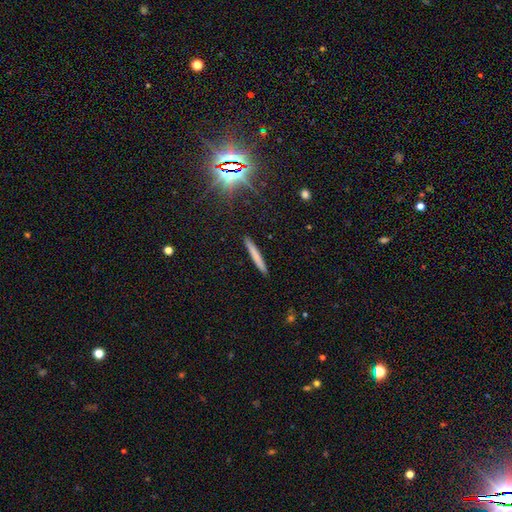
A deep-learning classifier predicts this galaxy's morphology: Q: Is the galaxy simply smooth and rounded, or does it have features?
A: smooth — 69%.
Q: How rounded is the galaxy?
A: cigar-shaped — 96%.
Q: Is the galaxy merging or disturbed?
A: none — 91%.